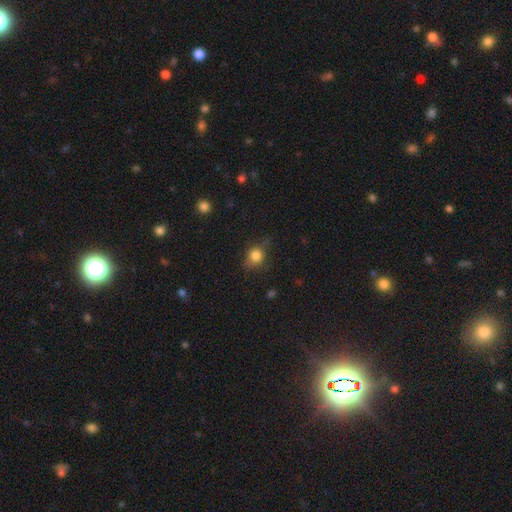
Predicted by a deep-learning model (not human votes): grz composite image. It shows a smooth galaxy with no disk features (80%) that is round (68%). Merging: none (65%).